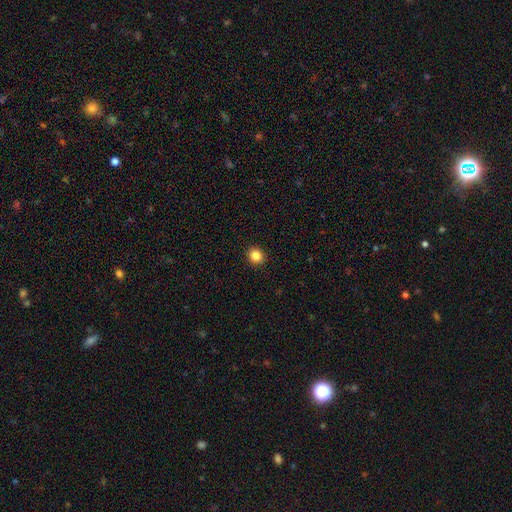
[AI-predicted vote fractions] Overall: smooth (85%). How rounded: round (85%). Merging: none (93%).